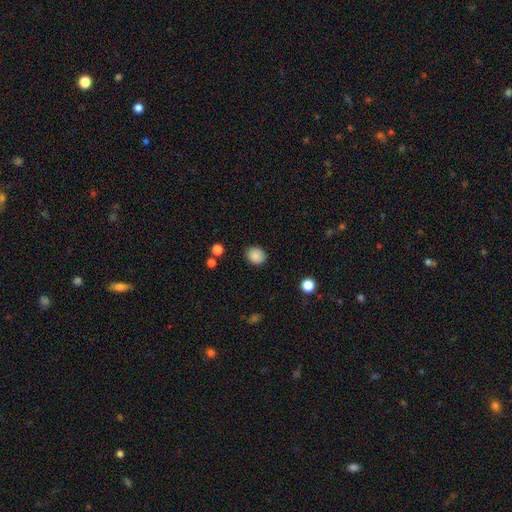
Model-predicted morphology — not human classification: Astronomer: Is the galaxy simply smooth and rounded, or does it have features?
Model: smooth — 87%.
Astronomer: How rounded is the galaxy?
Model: round — 65%.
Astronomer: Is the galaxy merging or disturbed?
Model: none — 86%.